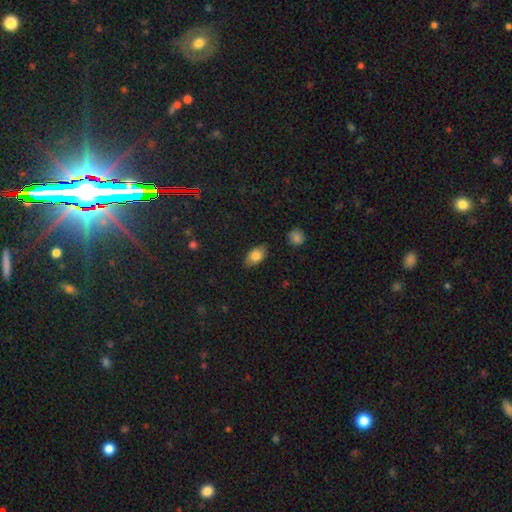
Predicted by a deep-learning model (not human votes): This is clearly a smooth galaxy (80%). How rounded: clearly in between (89%). Merging: clearly none (82%).